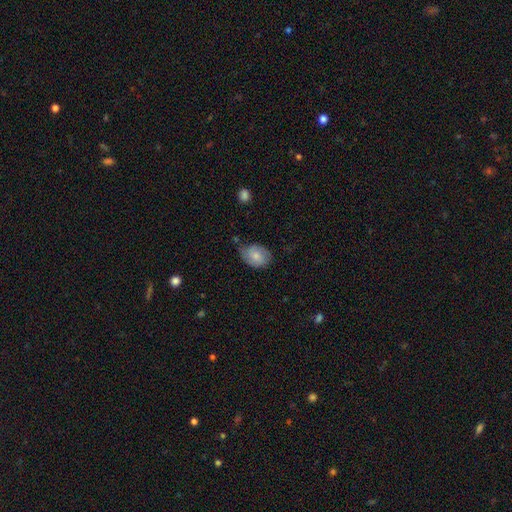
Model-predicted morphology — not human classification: Smooth or featured: smooth — 68% (featured or disk — 25%)
How rounded: in between — 74% (round — 25%)
Merging: none — 59% (minor disturbance — 32%)